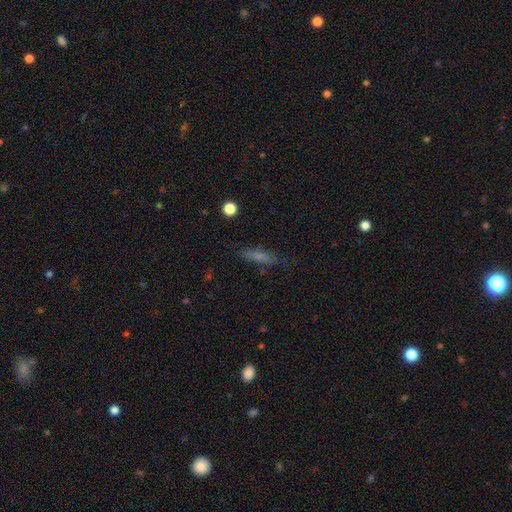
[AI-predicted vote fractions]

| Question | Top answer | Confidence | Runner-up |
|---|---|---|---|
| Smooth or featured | smooth | 52% | featured or disk (31%) |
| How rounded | cigar-shaped | 76% | in between (21%) |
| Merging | none | 78% | minor disturbance (15%) |